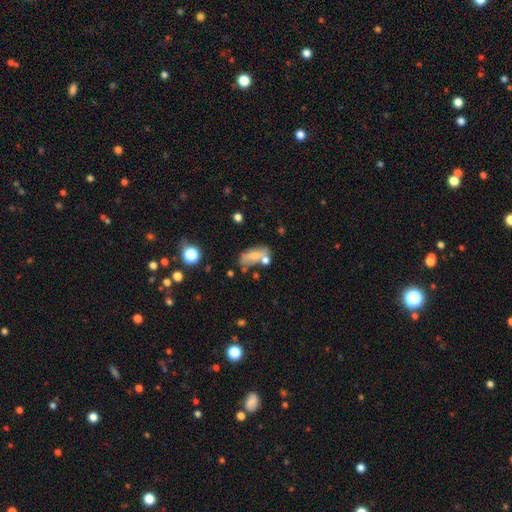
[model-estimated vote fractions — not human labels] This is likely a smooth galaxy (62%). How rounded: clearly in between (82%). Merging: marginally none (41%).